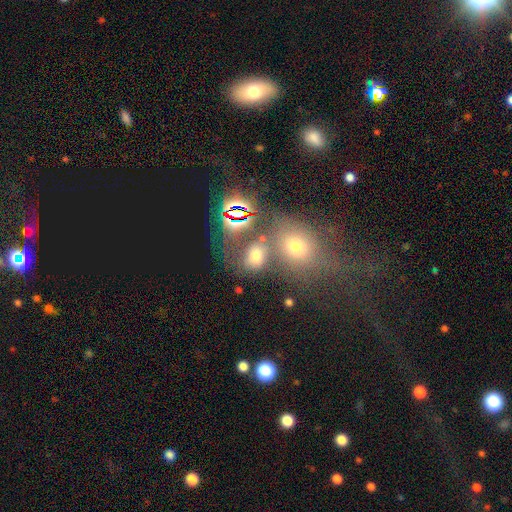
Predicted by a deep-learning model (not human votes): Morphology: type=smooth (55%); roundness=in between (51%); merging=none (42%).